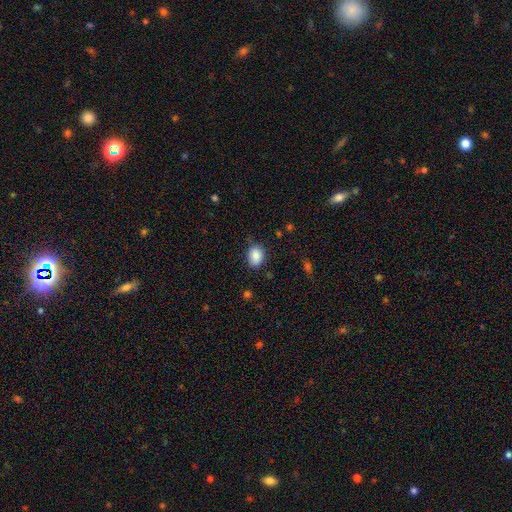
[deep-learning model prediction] The model was most divided on "how rounded": in between: 64%, round: 35%, cigar-shaped: 1%. More confident: smooth or featured — smooth (87%); merging — none (78%).